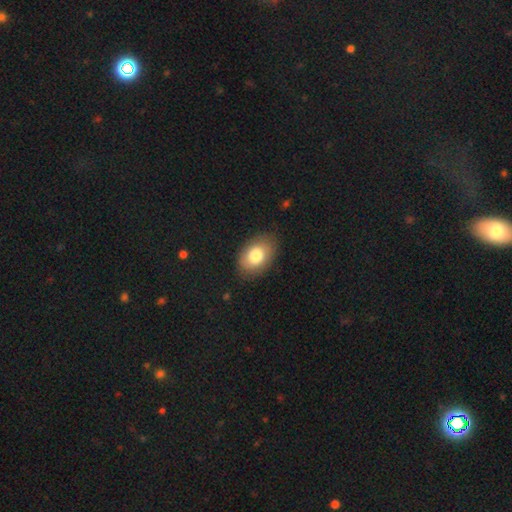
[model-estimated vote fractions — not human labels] Smooth or featured? smooth (79%)
How rounded? in between (83%)
Merging? none (83%)